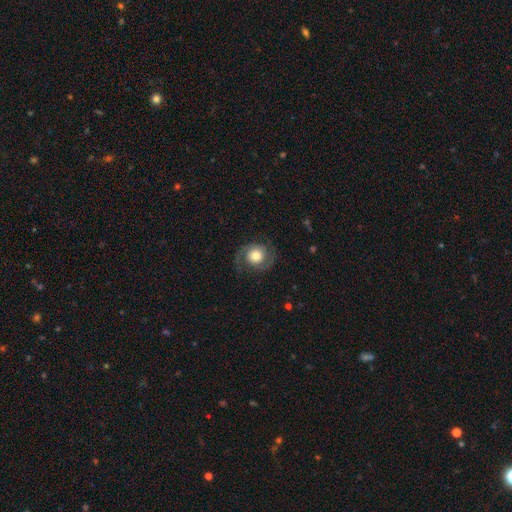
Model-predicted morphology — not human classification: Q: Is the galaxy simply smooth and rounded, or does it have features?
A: featured or disk — 72%.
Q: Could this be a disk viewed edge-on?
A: no — 98%.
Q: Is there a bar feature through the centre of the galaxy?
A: no — 75%.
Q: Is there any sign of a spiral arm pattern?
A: yes — 93%.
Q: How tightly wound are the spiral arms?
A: medium — 49%.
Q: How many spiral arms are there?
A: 2 — 91%.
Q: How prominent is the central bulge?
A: moderate — 49%.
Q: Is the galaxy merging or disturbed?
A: none — 78%.